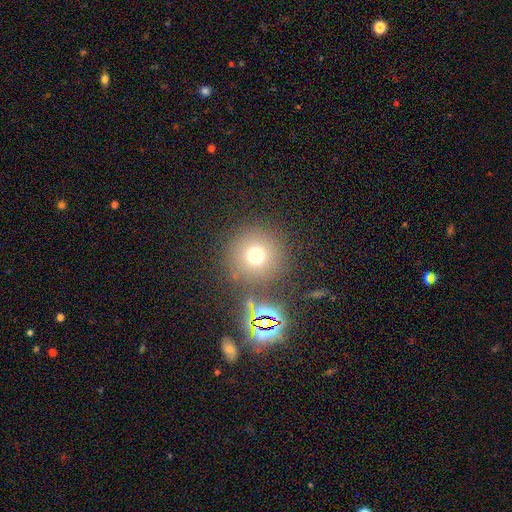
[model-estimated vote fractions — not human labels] Smooth or featured: smooth — 68% (star or artifact — 22%)
How rounded: round — 95% (in between — 4%)
Merging: none — 82% (minor disturbance — 7%)